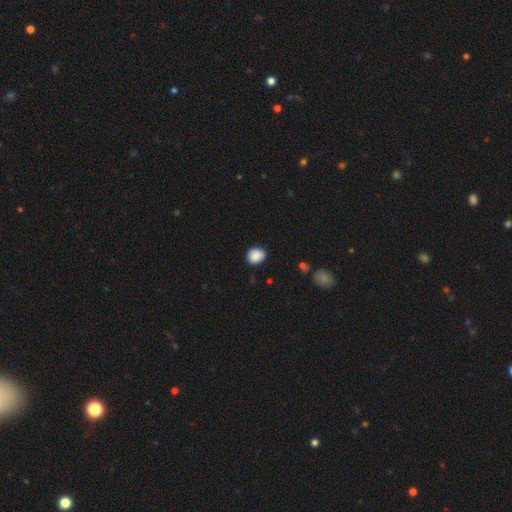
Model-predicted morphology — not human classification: type=smooth (89%); roundness=round (63%); merging=none (85%).